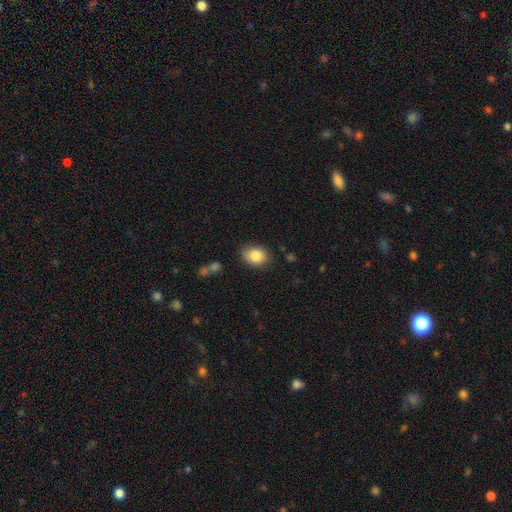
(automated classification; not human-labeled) Smooth or featured?
  - smooth: 86% *
  - star or artifact: 8%
  - featured or disk: 6%
How rounded?
  - in between: 67% *
  - round: 32%
  - cigar-shaped: 1%
Merging?
  - none: 83% *
  - minor disturbance: 12%
  - major disturbance: 3%
  - merger: 2%